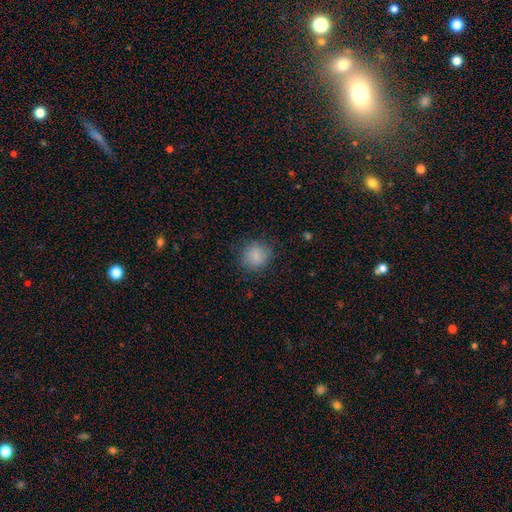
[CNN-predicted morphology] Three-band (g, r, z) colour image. It shows a smooth galaxy with no disk features (84%) that is round (83%). Merging: none (82%).